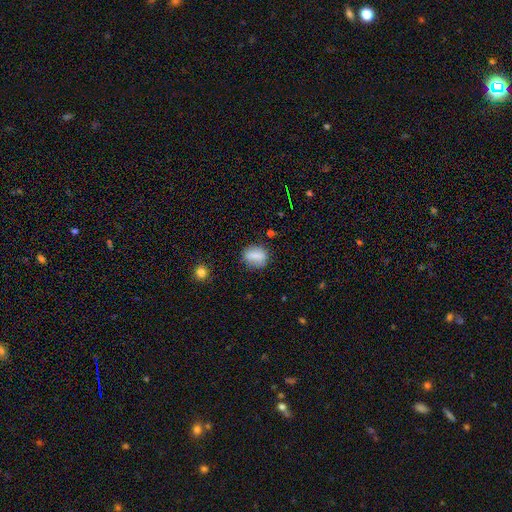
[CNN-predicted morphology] smooth_or_featured: smooth (p=0.76) [alt: featured or disk p=0.15]
how_rounded: in between (p=0.50) [alt: round p=0.46]
merging: none (p=0.78) [alt: minor disturbance p=0.15]